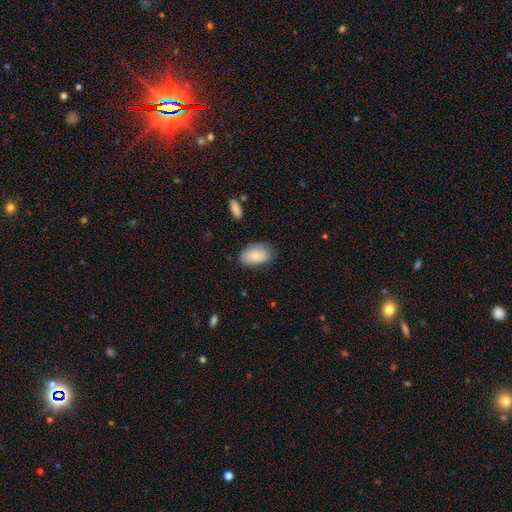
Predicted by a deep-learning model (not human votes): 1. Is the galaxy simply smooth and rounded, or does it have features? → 80% smooth, 13% featured or disk, 6% star or artifact.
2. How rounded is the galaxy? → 91% in between, 8% round, 1% cigar-shaped.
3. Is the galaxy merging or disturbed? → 70% none, 23% minor disturbance, 5% major disturbance, 2% merger.